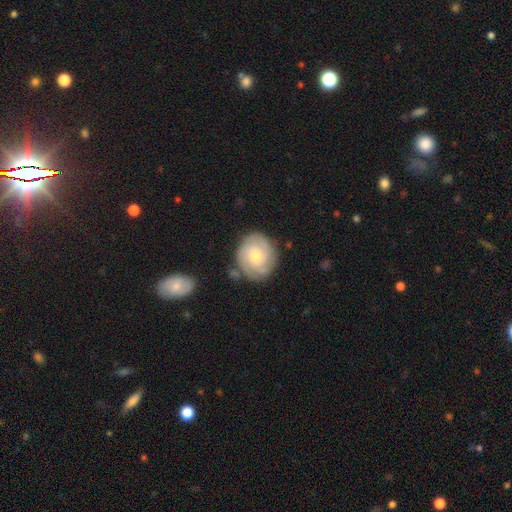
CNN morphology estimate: A featured or disk galaxy (71%) with no bar (73%), 3 (34%) tight (64%) spiral arms (93%) and a moderate central bulge (47%, tied with small). Merging: none (78%).